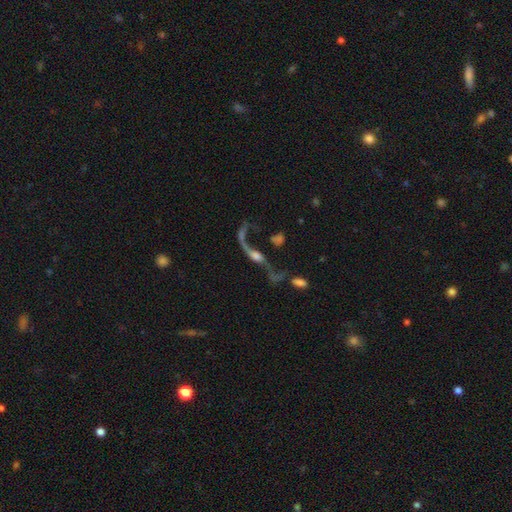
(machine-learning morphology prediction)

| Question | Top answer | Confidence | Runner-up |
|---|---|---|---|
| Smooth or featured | featured or disk | 81% | smooth (10%) |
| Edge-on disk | no | 79% | yes (21%) |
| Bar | no | 55% | weak (29%) |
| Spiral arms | yes | 86% | no (14%) |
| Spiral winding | loose | 94% | medium (4%) |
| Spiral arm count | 2 | 86% | 1 (9%) |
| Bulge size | moderate | 41% | small (24%) |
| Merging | none | 40% | major disturbance (27%) |